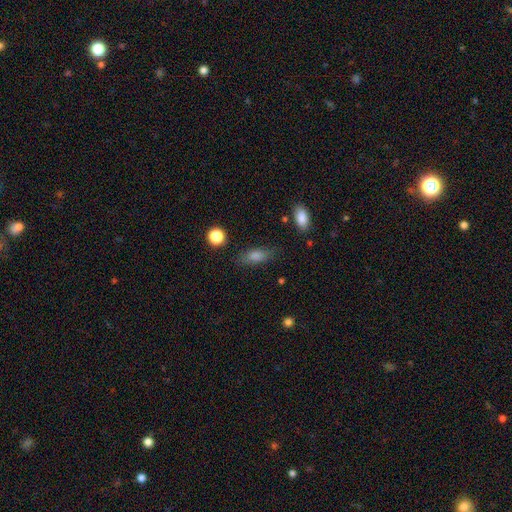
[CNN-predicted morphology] The model was most divided on "how rounded": in between: 67%, cigar-shaped: 27%, round: 6%. More confident: merging — none (81%); smooth or featured — smooth (74%).